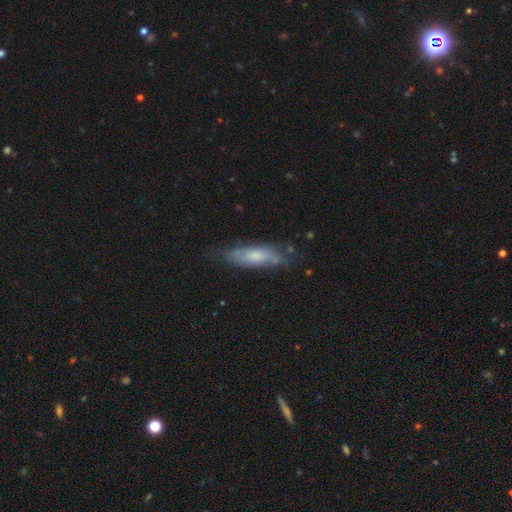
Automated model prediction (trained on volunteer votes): smooth-or-featured: smooth: 53% | featured or disk: 39% | star or artifact: 7%
  how-rounded: cigar-shaped: 51% | in between: 47% | round: 2%
  merging: none: 63% | minor disturbance: 26% | major disturbance: 8% | merger: 3%